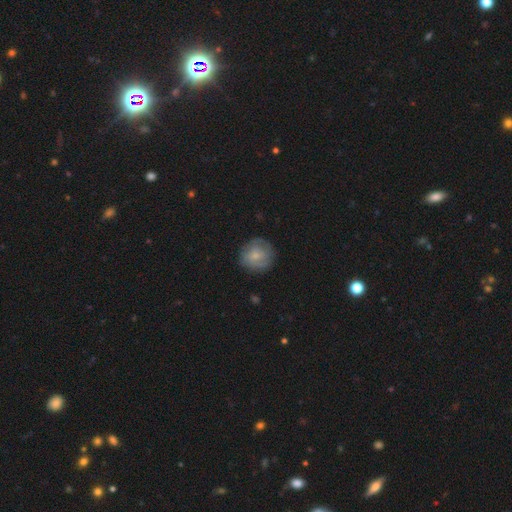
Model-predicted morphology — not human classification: type=smooth (61%); roundness=round (89%); merging=none (77%).